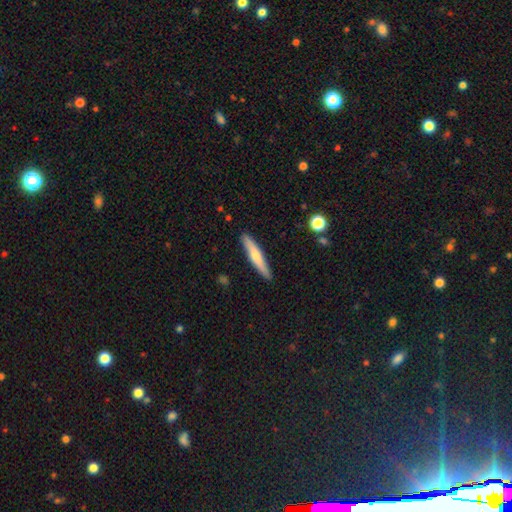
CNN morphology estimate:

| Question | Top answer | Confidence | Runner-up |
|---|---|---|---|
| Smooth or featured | smooth | 59% | featured or disk (36%) |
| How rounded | cigar-shaped | 92% | in between (7%) |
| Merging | none | 90% | minor disturbance (8%) |